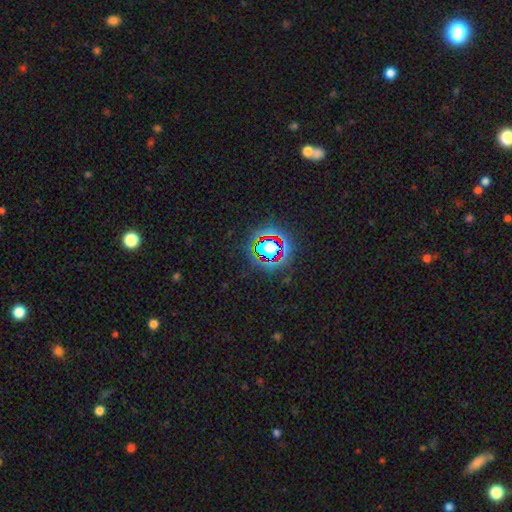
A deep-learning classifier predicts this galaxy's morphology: This appears to be a star or artifact, not a galaxy (78%).